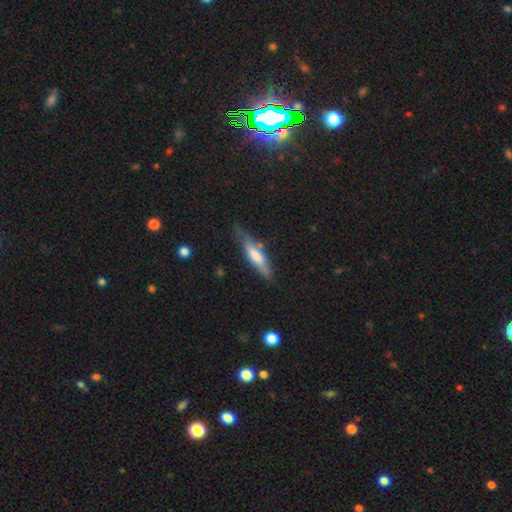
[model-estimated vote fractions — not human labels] The model was most divided on "smooth or featured": smooth: 51%, featured or disk: 42%, star or artifact: 7%. More confident: how rounded — cigar-shaped (74%); merging — none (66%).